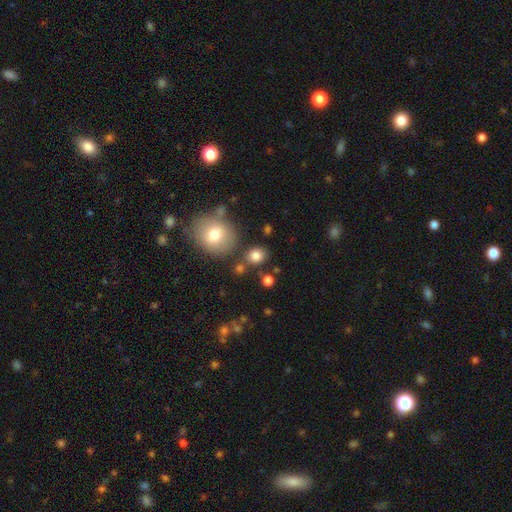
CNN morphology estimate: Overall: smooth (81%). How rounded: round (64%; in between 35%). Merging: none (77%).